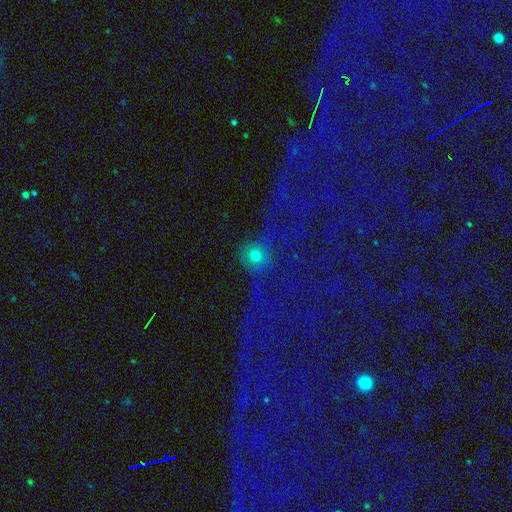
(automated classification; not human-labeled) Morphology: type=smooth (59%); roundness=round (79%); merging=none (55%).